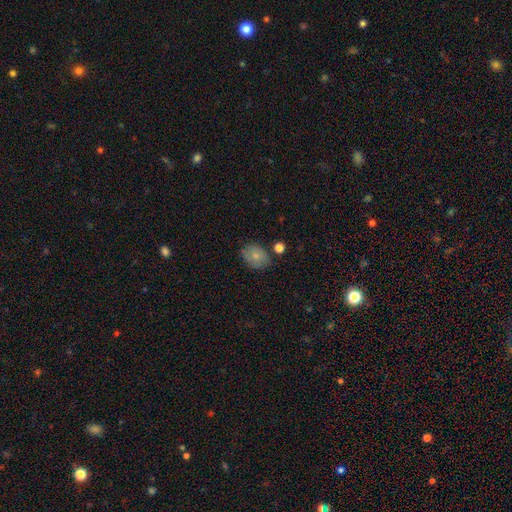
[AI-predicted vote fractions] A smooth galaxy with no disk features (79%) that is in between round and cigar-shaped (62%).

Vote fractions:
- Smooth or featured? smooth: 79% / featured or disk: 13% / star or artifact: 8%
- How rounded? in between: 62% / round: 37% / cigar-shaped: 1%
- Merging? none: 70% / minor disturbance: 19% / merger: 6% / major disturbance: 5%